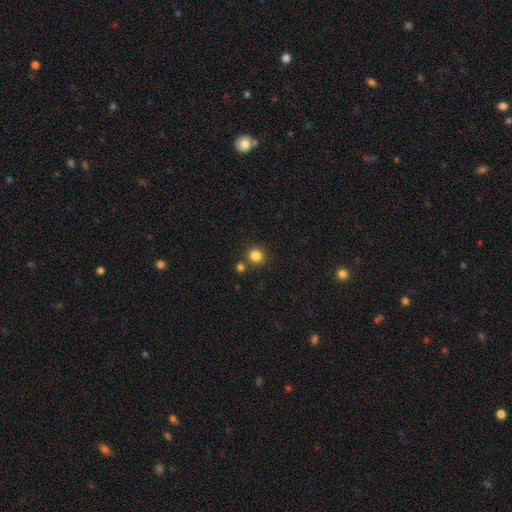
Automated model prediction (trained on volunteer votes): smooth 84%, star or artifact 12%, featured or disk 4%. Down the decision tree: how rounded — round (90%); merging — none (81%).